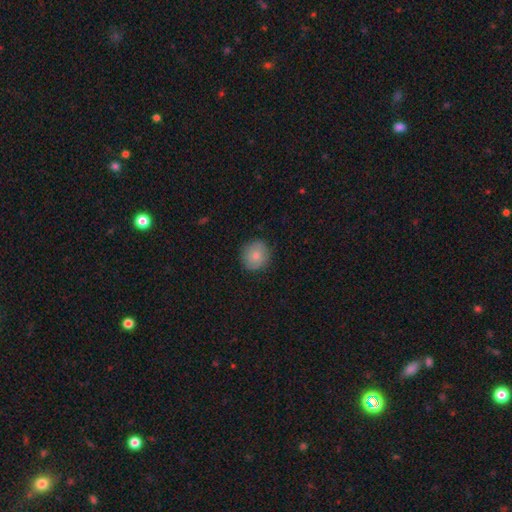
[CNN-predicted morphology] smooth_or_featured: smooth (p=0.79) [alt: featured or disk p=0.13]
how_rounded: round (p=0.89) [alt: in between p=0.10]
merging: none (p=0.86) [alt: minor disturbance p=0.10]